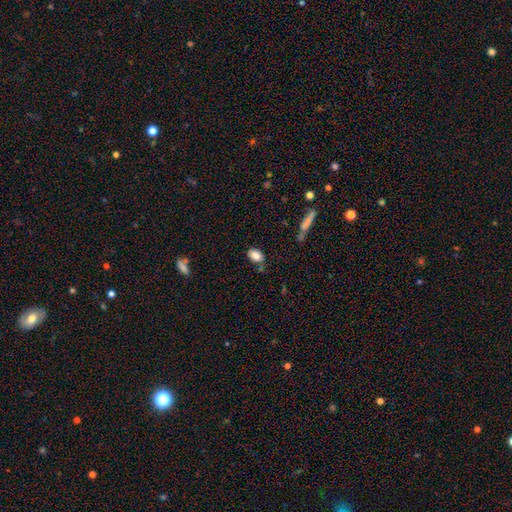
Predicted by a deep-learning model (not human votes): The model was most divided on "merging": none: 67%, minor disturbance: 20%, merger: 7%, major disturbance: 5%. More confident: smooth or featured — smooth (84%); how rounded — in between (83%).